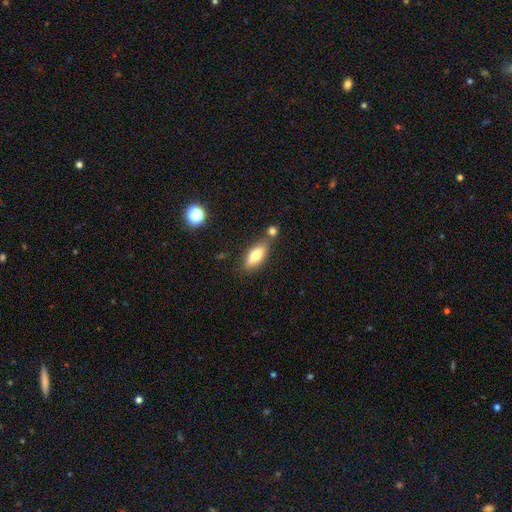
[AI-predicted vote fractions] Smooth or featured?
  - smooth: 74% *
  - featured or disk: 19%
  - star or artifact: 7%
How rounded?
  - in between: 79% *
  - cigar-shaped: 18%
  - round: 3%
Merging?
  - none: 68% *
  - merger: 15%
  - minor disturbance: 14%
  - major disturbance: 3%